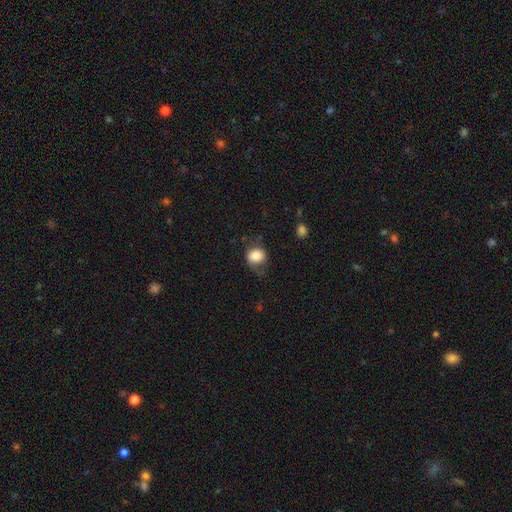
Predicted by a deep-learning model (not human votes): Q: Smooth or featured?
A: smooth (80%); runner-up: featured or disk (11%)
Q: How rounded?
A: round (64%); runner-up: in between (35%)
Q: Merging?
A: none (52%); runner-up: minor disturbance (29%)